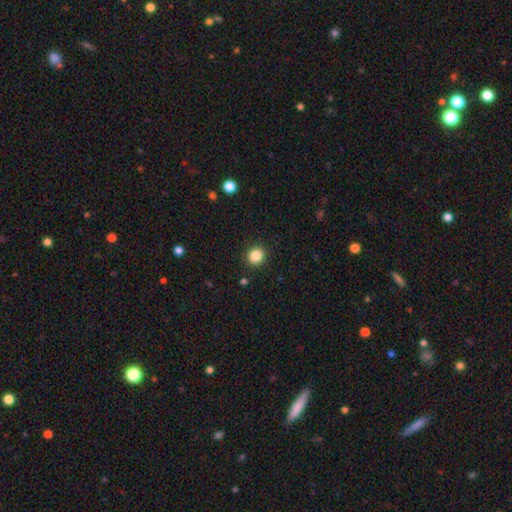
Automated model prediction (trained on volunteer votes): The model was most divided on "how rounded": round: 86%, in between: 13%, cigar-shaped: 1%. More confident: merging — none (91%); smooth or featured — smooth (85%).